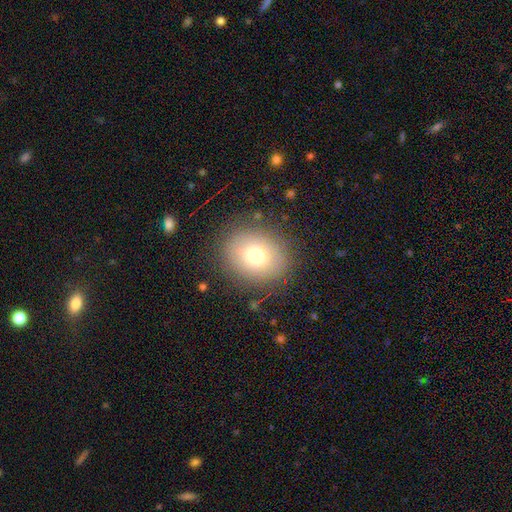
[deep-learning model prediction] Smooth or featured? Predicted: smooth (p=0.74). How rounded? Predicted: round (p=0.61). Merging? Predicted: none (p=0.84).